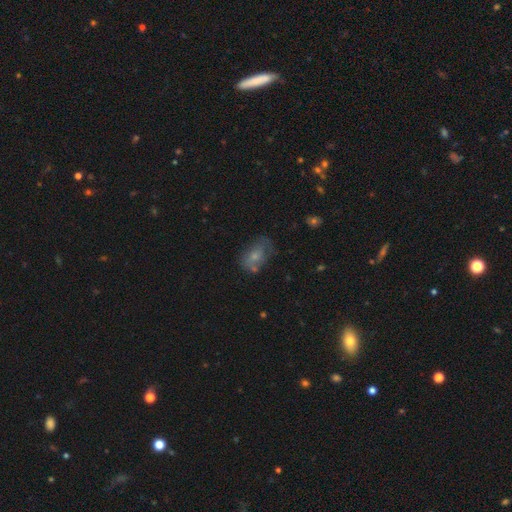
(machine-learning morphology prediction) smooth_or_featured: smooth (p=0.46) [alt: featured or disk p=0.34]
merging: none (p=0.60) [alt: minor disturbance p=0.24]